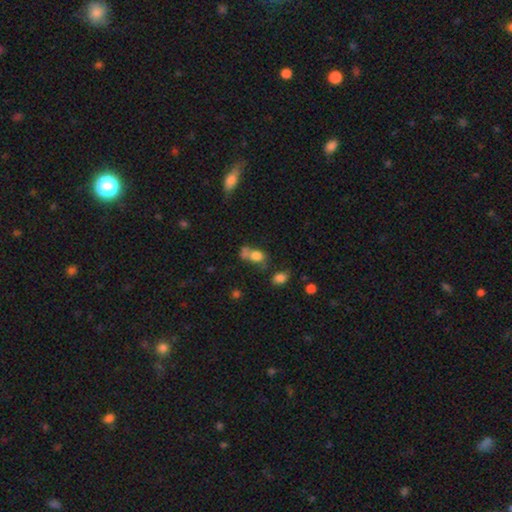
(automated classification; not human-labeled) A smooth galaxy with no disk features (72%) that is in between round and cigar-shaped (60%).

Vote fractions:
- Smooth or featured? smooth: 72% / featured or disk: 14% / star or artifact: 14%
- How rounded? in between: 60% / round: 37% / cigar-shaped: 2%
- Merging? merger: 40% / none: 33% / minor disturbance: 15% / major disturbance: 12%